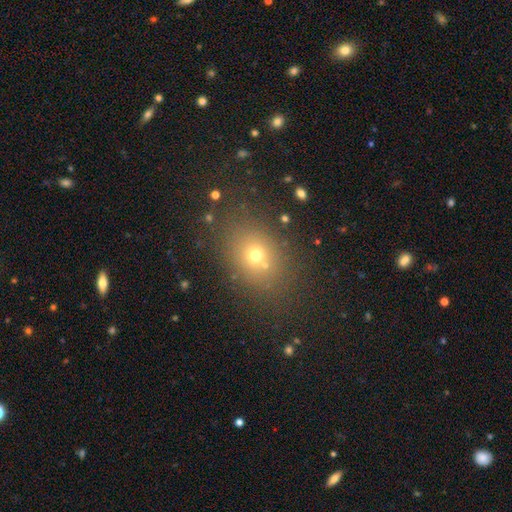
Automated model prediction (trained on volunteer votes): smooth 63%, star or artifact 23%, featured or disk 14%. Down the decision tree: how rounded — in between (51%); merging — none (76%).